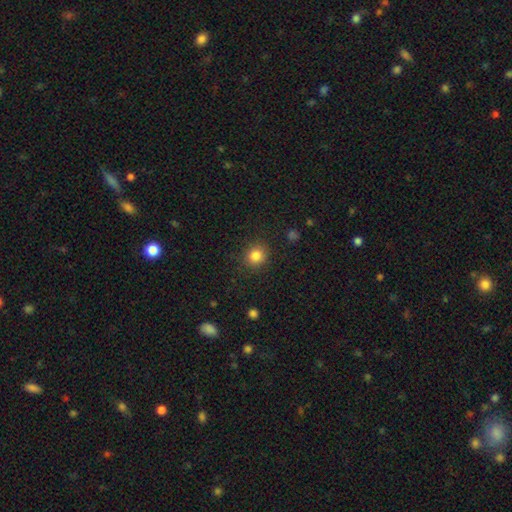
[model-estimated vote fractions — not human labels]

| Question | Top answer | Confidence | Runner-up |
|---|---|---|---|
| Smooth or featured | smooth | 83% | star or artifact (11%) |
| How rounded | round | 84% | in between (16%) |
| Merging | none | 88% | minor disturbance (8%) |